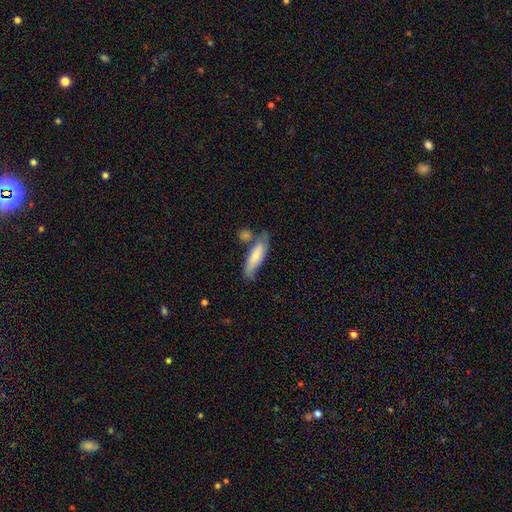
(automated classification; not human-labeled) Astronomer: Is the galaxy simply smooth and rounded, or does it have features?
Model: smooth — 70%.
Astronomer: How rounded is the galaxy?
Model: cigar-shaped — 62%.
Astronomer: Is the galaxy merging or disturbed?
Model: none — 55%.